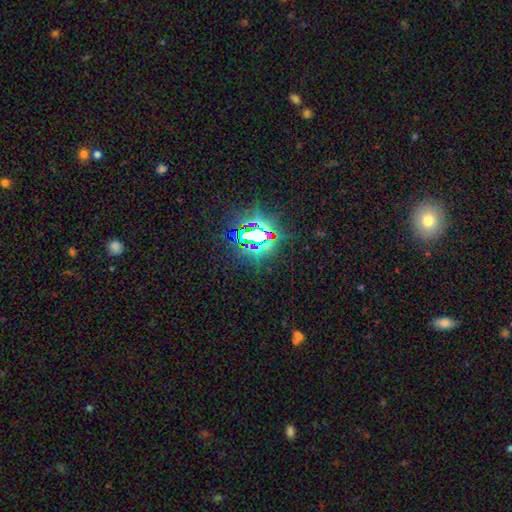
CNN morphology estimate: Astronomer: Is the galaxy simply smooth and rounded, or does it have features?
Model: star or artifact — 82%.